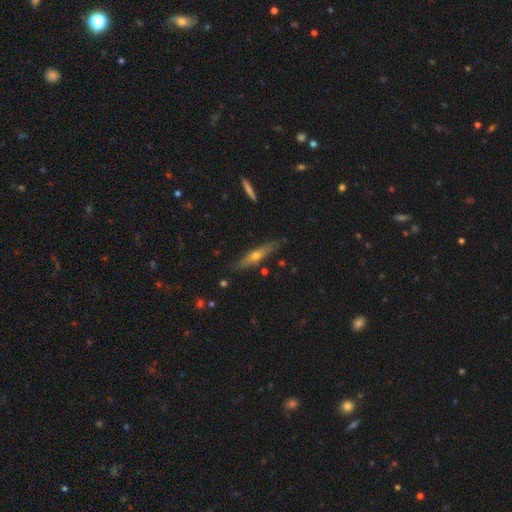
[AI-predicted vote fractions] Smooth or featured?
  - featured or disk: 57% *
  - smooth: 37%
  - star or artifact: 6%
Edge-on disk?
  - yes: 87% *
  - no: 13%
Merging?
  - none: 81% *
  - minor disturbance: 14%
  - major disturbance: 3%
  - merger: 2%